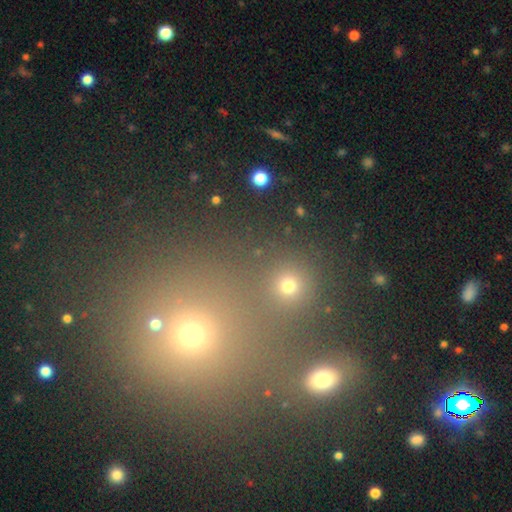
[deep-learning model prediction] Smooth or featured? Predicted: smooth (p=0.54). How rounded? Predicted: round (p=0.87). Merging? Predicted: none (p=0.73).